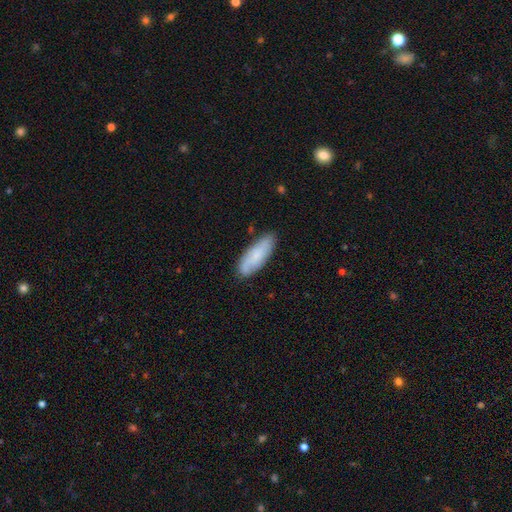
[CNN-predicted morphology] Smooth or featured? Predicted: smooth (p=0.66). How rounded? Predicted: in between (p=0.63). Merging? Predicted: none (p=0.79).